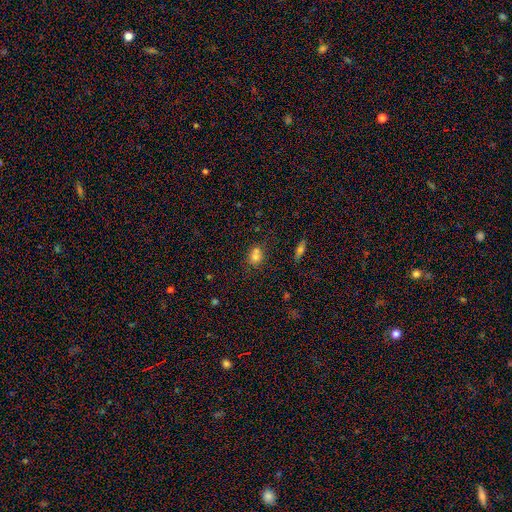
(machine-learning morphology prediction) type=smooth (69%); roundness=round (54%); merging=none (51%).